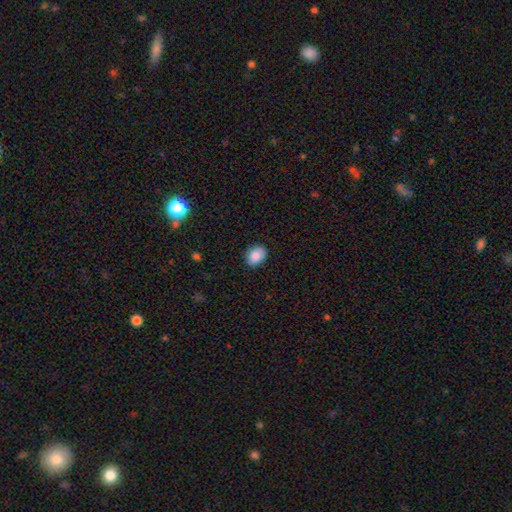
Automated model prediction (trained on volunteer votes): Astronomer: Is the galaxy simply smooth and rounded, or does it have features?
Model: smooth — 88%.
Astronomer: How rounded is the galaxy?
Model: in between — 74%.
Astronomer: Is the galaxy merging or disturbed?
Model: none — 87%.